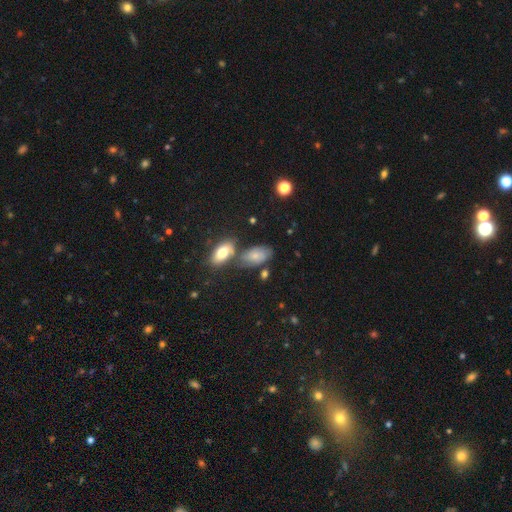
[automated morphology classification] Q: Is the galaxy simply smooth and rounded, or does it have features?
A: smooth — 64%.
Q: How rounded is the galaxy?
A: in between — 92%.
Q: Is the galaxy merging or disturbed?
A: none — 54%.